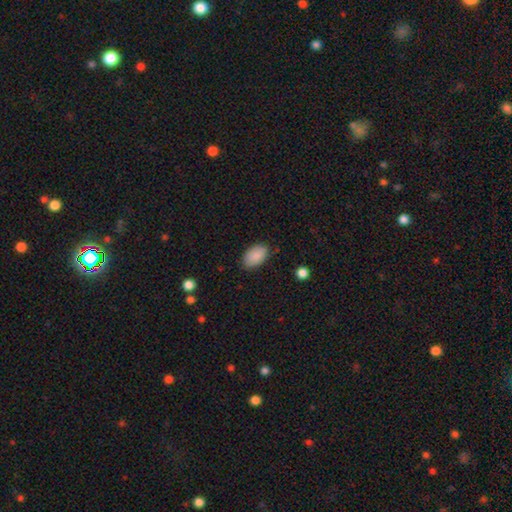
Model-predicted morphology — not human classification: smooth 89%, star or artifact 7%, featured or disk 4%. Down the decision tree: how rounded — in between (93%); merging — none (83%).